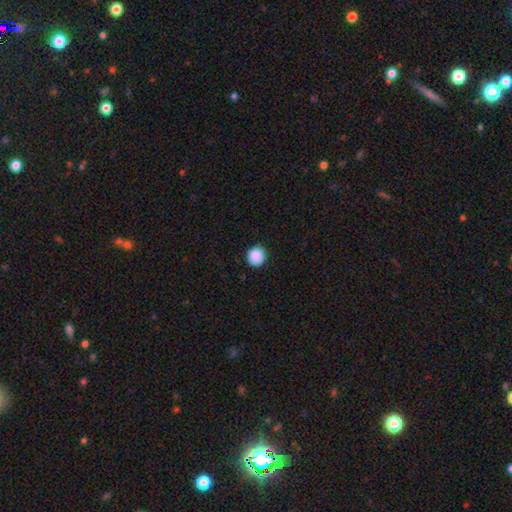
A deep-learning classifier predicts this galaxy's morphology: type=smooth (89%); roundness=round (93%); merging=none (91%).